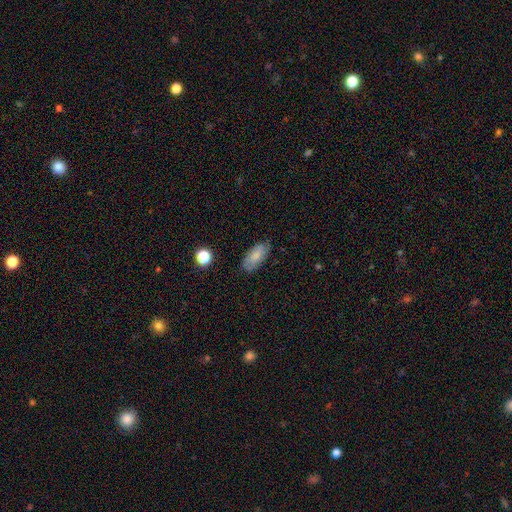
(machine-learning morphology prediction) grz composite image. It shows a smooth galaxy with no disk features (77%) that is in between round and cigar-shaped (89%). Merging: none (79%).